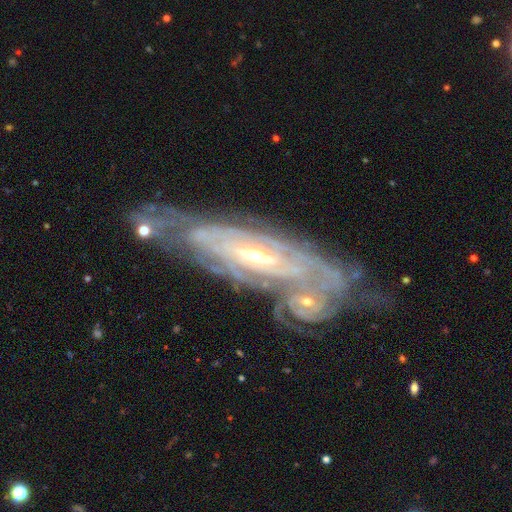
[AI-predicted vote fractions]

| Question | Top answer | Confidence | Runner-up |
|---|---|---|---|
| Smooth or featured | featured or disk | 87% | smooth (7%) |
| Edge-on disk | no | 82% | yes (18%) |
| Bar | no | 40% | weak (37%) |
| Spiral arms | yes | 90% | no (10%) |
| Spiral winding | tight | 76% | medium (19%) |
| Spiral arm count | can't tell | 58% | 2 (16%) |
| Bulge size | small | 55% | moderate (40%) |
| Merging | none | 52% | minor disturbance (19%) |